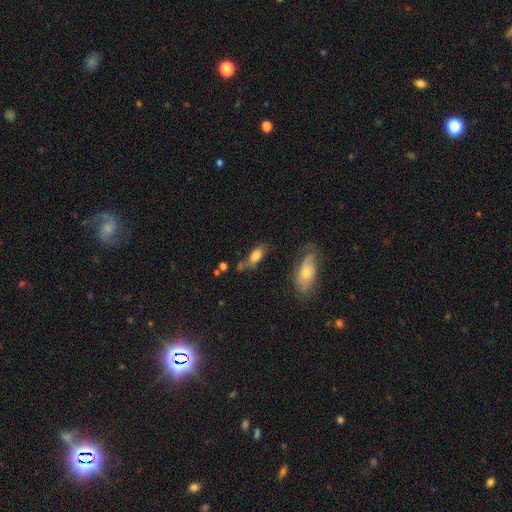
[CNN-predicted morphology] Smooth or featured?
  - smooth: 74% *
  - featured or disk: 18%
  - star or artifact: 8%
How rounded?
  - in between: 77% *
  - cigar-shaped: 19%
  - round: 4%
Merging?
  - none: 56% *
  - minor disturbance: 23%
  - merger: 12%
  - major disturbance: 9%